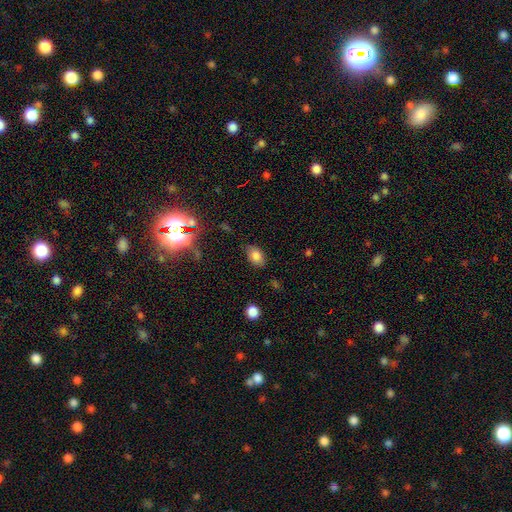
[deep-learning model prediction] Smooth or featured?
  - smooth: 79% *
  - star or artifact: 13%
  - featured or disk: 8%
How rounded?
  - in between: 84% *
  - round: 15%
  - cigar-shaped: 1%
Merging?
  - none: 79% *
  - minor disturbance: 16%
  - major disturbance: 4%
  - merger: 2%